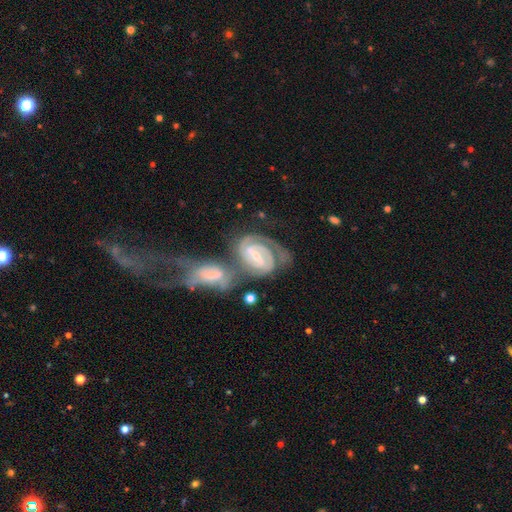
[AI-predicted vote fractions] This is clearly a featured or disk galaxy (90%). It is clearly not viewed edge-on (97%). Bar: possibly strong (46%). Spiral arm pattern: clearly yes (97%). Spiral arm count: likely 2 (63%). Spiral winding: likely tight (70%). Central bulge: possibly small (59%). Merging: possibly merger (49%).